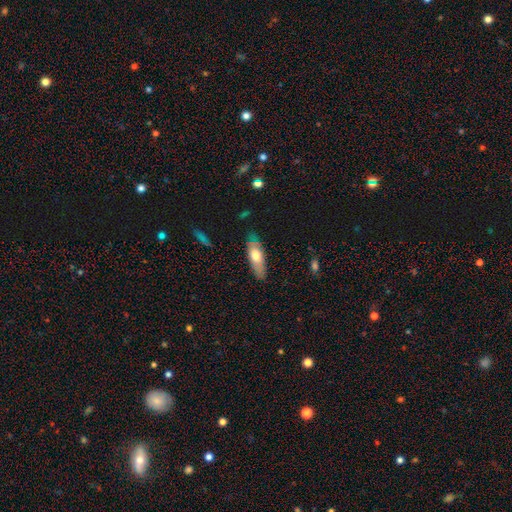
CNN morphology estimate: This appears to be a smooth galaxy with no disk features (57%) that is in between round and cigar-shaped (62%). Merging: none (76%).